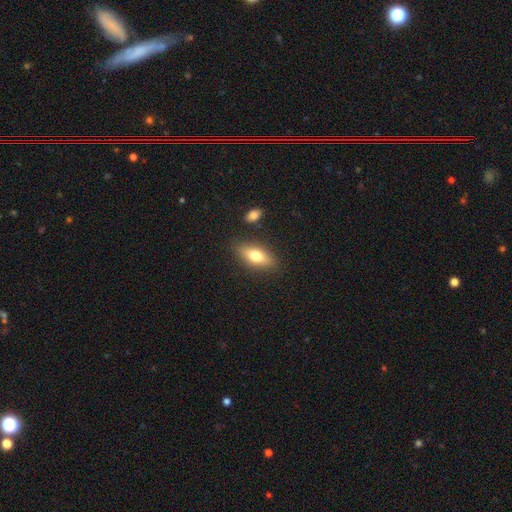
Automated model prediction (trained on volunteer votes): Overall: smooth (67%). How rounded: in between (74%). Merging: none (83%).